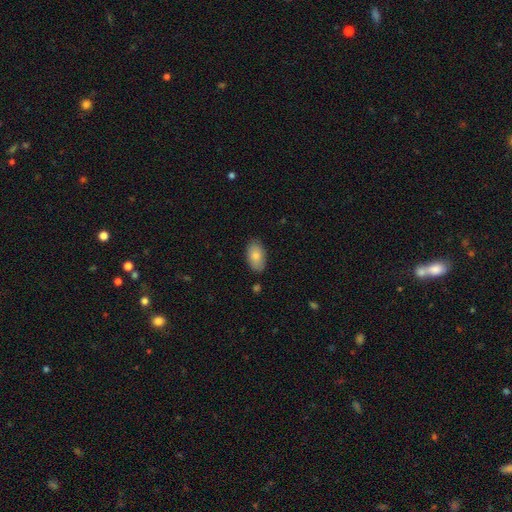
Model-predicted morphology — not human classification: The model was most divided on "smooth or featured": smooth: 81%, featured or disk: 12%, star or artifact: 7%. More confident: how rounded — in between (94%); merging — none (84%).